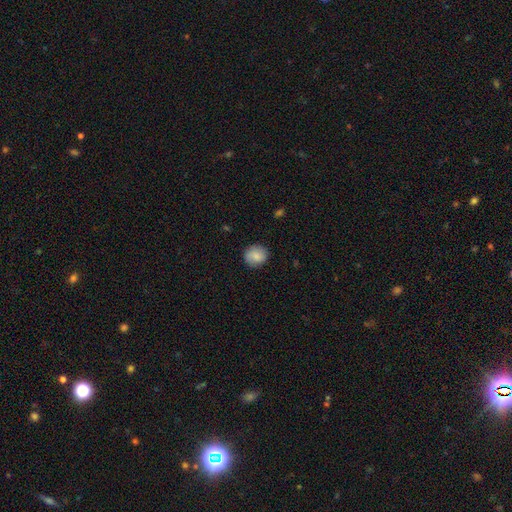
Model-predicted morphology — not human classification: smooth-or-featured: smooth: 85% | star or artifact: 7% | featured or disk: 7%
  how-rounded: round: 85% | in between: 14% | cigar-shaped: 1%
  merging: none: 87% | minor disturbance: 10% | major disturbance: 2% | merger: 1%